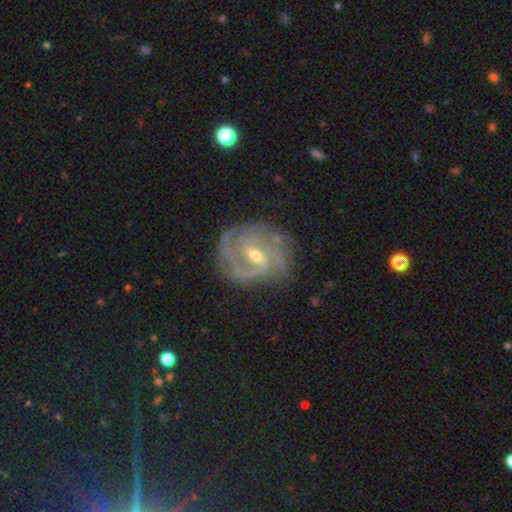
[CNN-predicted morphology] A featured or disk galaxy (88%) with a weak bar (55%), 2 (47%) medium (43%, tied with tight) spiral arms (96%) and a small central bulge (49%).

Vote fractions:
- Smooth or featured? featured or disk: 88% / smooth: 7% / star or artifact: 5%
- Edge-on disk? no: 98% / yes: 2%
- Bar? weak: 55% / strong: 24% / no: 20%
- Spiral arms? yes: 96% / no: 4%
- Spiral winding? medium: 43% (tied) / tight: 43% (tied) / loose: 14%
- Spiral arm count? 2: 47% / 3: 21% / can't tell: 17% / 1: 6% / 4: 5% / more than 4: 4%
- Bulge size? small: 49% / moderate: 48% / large: 1% / none: 1% / dominant: 1%
- Merging? none: 71% / minor disturbance: 19% / major disturbance: 8% / merger: 2%